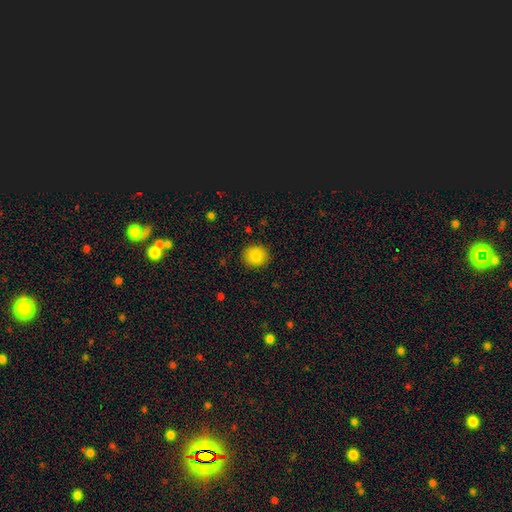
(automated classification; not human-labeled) Smooth or featured? smooth (85%)
How rounded? round (84%)
Merging? none (90%)